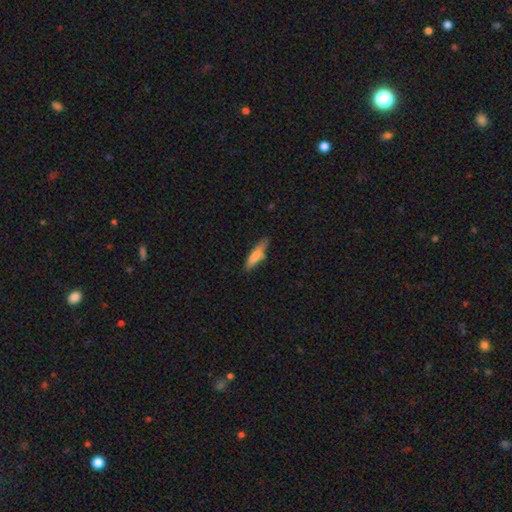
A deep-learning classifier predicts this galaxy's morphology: Smooth or featured? smooth (78%)
How rounded? cigar-shaped (69%)
Merging? none (65%)